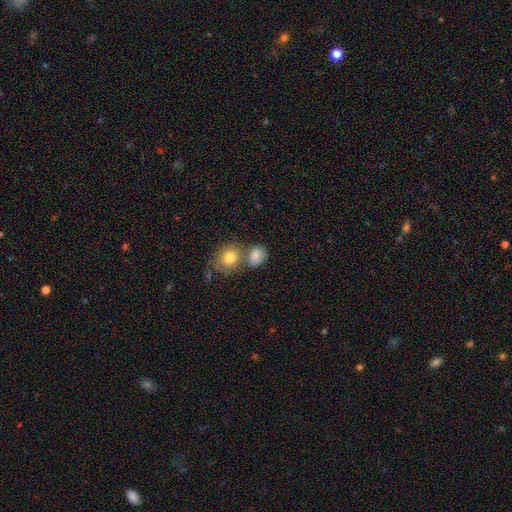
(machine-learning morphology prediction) This appears to be a smooth galaxy with no disk features (80%) that is round (50%). Merging: none (46%).